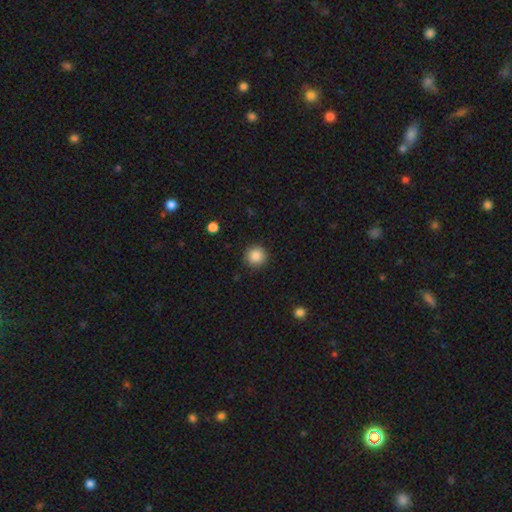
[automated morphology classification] Q: Smooth or featured?
A: smooth (87%); runner-up: star or artifact (9%)
Q: How rounded?
A: round (95%); runner-up: in between (4%)
Q: Merging?
A: none (91%); runner-up: minor disturbance (6%)